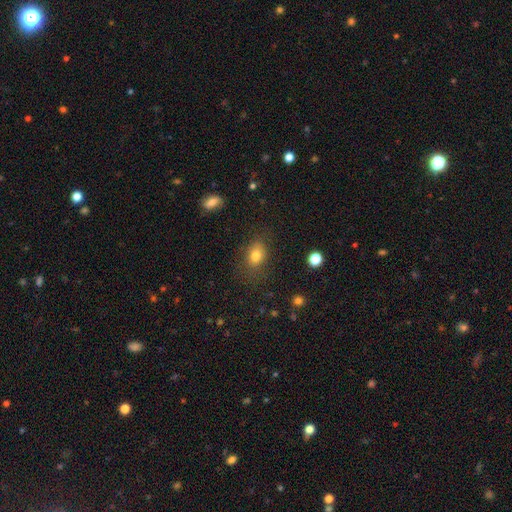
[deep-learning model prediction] A smooth galaxy with no disk features (79%) that is in between round and cigar-shaped (66%).

Vote fractions:
- Smooth or featured? smooth: 79% / star or artifact: 12% / featured or disk: 9%
- How rounded? in between: 66% / round: 32% / cigar-shaped: 1%
- Merging? none: 74% / minor disturbance: 17% / major disturbance: 8% / merger: 2%